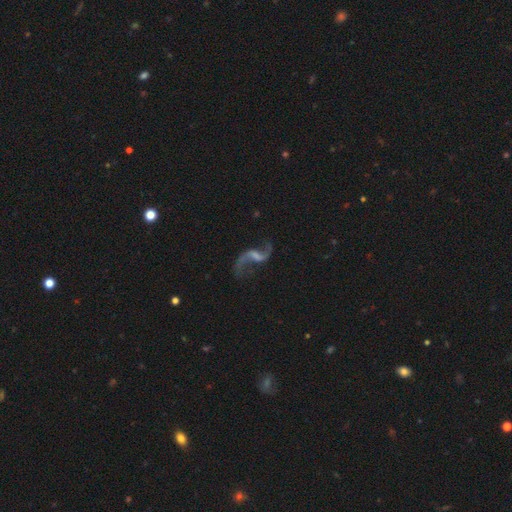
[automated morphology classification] Smooth or featured: featured or disk — 90% (star or artifact — 6%)
Edge-on disk: no — 97% (yes — 3%)
Bar: weak — 50% (no — 30%)
Spiral arms: yes — 96% (no — 4%)
Spiral winding: loose — 91% (medium — 8%)
Spiral arm count: 2 — 93% (1 — 3%)
Bulge size: none — 47% (small — 32%)
Merging: none — 73% (minor disturbance — 13%)